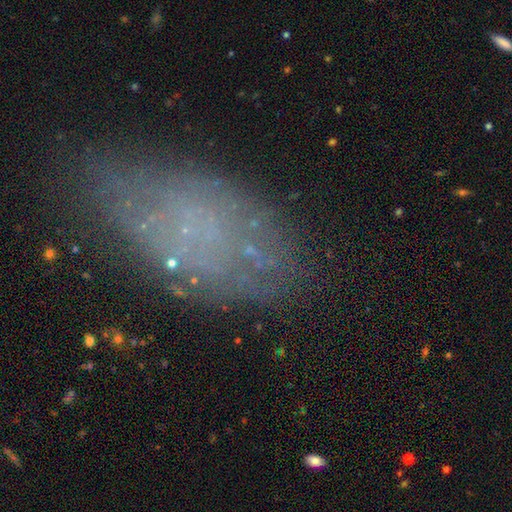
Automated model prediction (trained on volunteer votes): Morphology: type=featured or disk (41%); merging=none (62%).